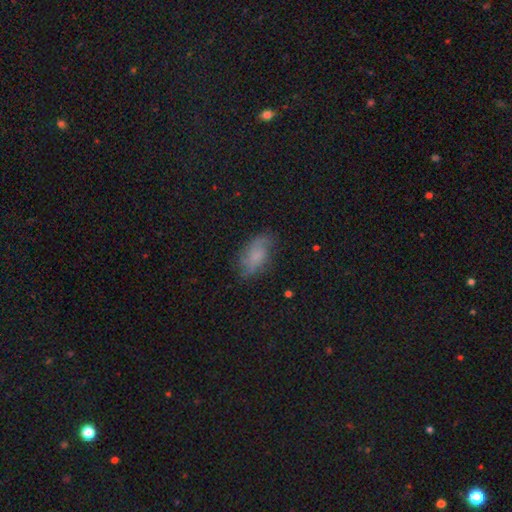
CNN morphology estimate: Q: Smooth or featured?
A: smooth (45%); runner-up: featured or disk (43%)
Q: Merging?
A: none (68%); runner-up: minor disturbance (22%)